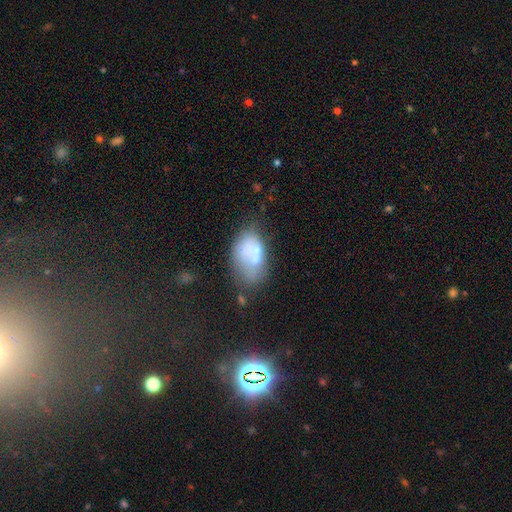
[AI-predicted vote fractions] A smooth galaxy with no disk features (58%) that is in between round and cigar-shaped (86%).

Vote fractions:
- Smooth or featured? smooth: 58% / featured or disk: 31% / star or artifact: 10%
- How rounded? in between: 86% / round: 12% / cigar-shaped: 2%
- Merging? none: 30% / merger: 29% / minor disturbance: 23% / major disturbance: 18%